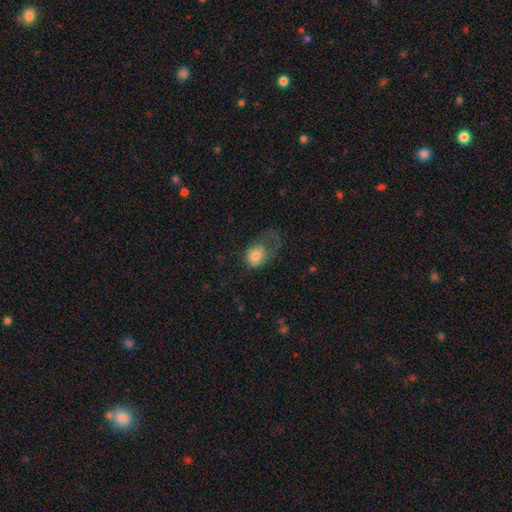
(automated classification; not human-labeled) This is likely a smooth galaxy (74%). How rounded: likely in between (62%). Merging: possibly major disturbance (56%).